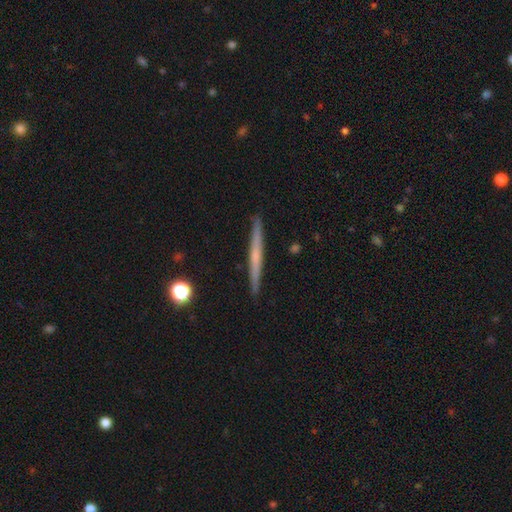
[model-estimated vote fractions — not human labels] Smooth or featured: featured or disk — 55% (smooth — 38%)
Edge-on disk: yes — 97% (no — 3%)
Edge-on bulge: none — 67% (rounded — 27%)
Merging: none — 92% (minor disturbance — 6%)